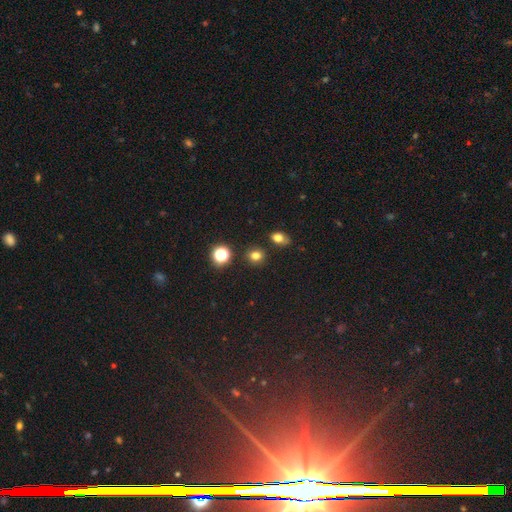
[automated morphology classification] Overall: smooth (76%). How rounded: round (77%). Merging: none (84%).